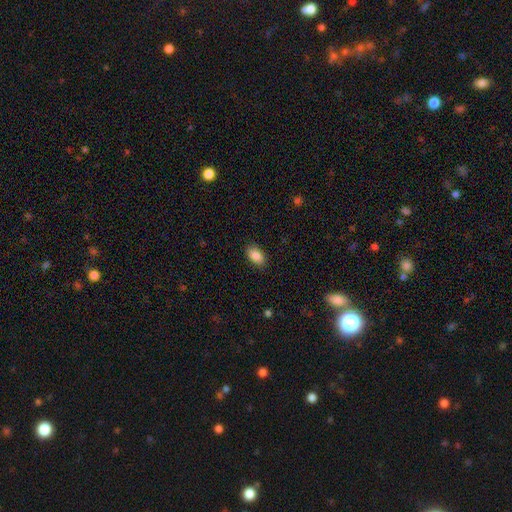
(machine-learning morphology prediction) smooth-or-featured: smooth: 88% | star or artifact: 7% | featured or disk: 5%
  how-rounded: in between: 92% | round: 6% | cigar-shaped: 2%
  merging: none: 87% | minor disturbance: 10% | major disturbance: 2% | merger: 1%